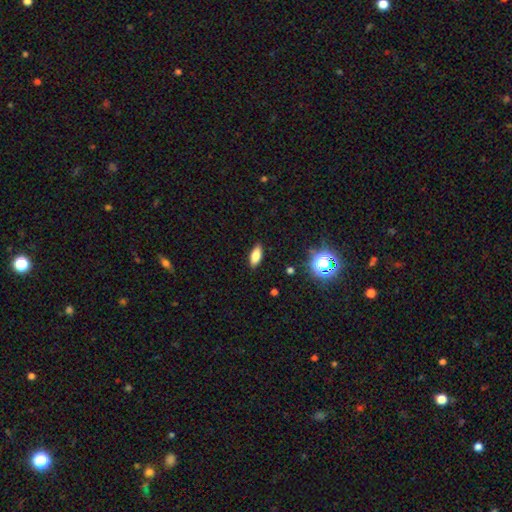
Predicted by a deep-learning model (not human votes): This appears to be a smooth galaxy with no disk features (80%) that is in between round and cigar-shaped (81%). Merging: none (88%).